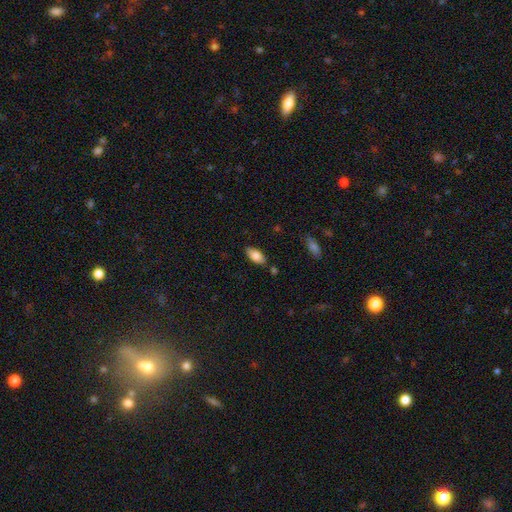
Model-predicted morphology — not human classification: A smooth galaxy with no disk features (82%) that is in between round and cigar-shaped (91%).

Vote fractions:
- Smooth or featured? smooth: 82% / featured or disk: 11% / star or artifact: 7%
- How rounded? in between: 91% / cigar-shaped: 7% / round: 2%
- Merging? none: 82% / minor disturbance: 12% / merger: 4% / major disturbance: 3%